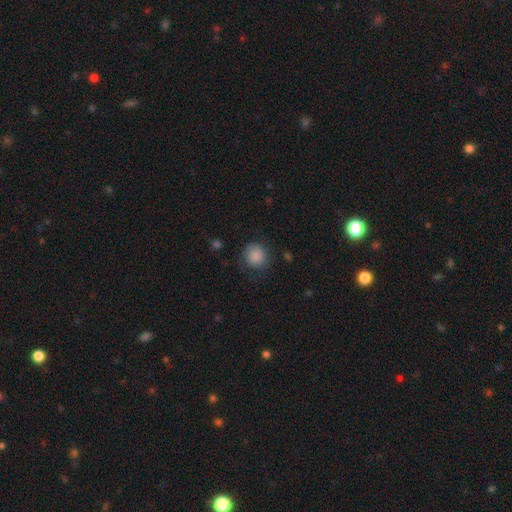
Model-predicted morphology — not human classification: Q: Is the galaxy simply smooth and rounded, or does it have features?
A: smooth — 87%.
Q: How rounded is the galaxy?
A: round — 88%.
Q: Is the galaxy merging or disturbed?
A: none — 77%.